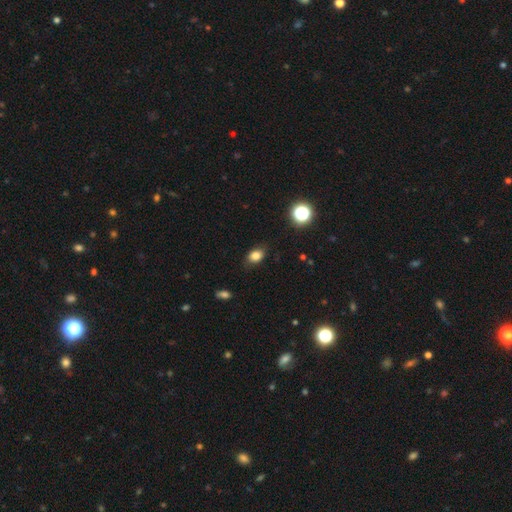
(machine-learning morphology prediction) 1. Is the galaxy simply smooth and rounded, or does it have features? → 82% smooth, 12% star or artifact, 7% featured or disk.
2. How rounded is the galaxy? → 74% in between, 25% round, 1% cigar-shaped.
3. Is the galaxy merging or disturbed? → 82% none, 14% minor disturbance, 3% major disturbance, 1% merger.